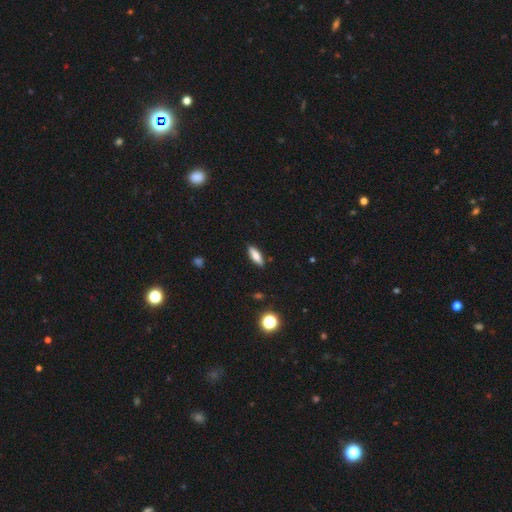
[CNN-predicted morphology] A smooth galaxy with no disk features (73%) that is in between round and cigar-shaped (53%).

Vote fractions:
- Smooth or featured? smooth: 73% / featured or disk: 19% / star or artifact: 8%
- How rounded? in between: 53% / cigar-shaped: 44% / round: 2%
- Merging? none: 88% / minor disturbance: 9% / major disturbance: 2% / merger: 1%